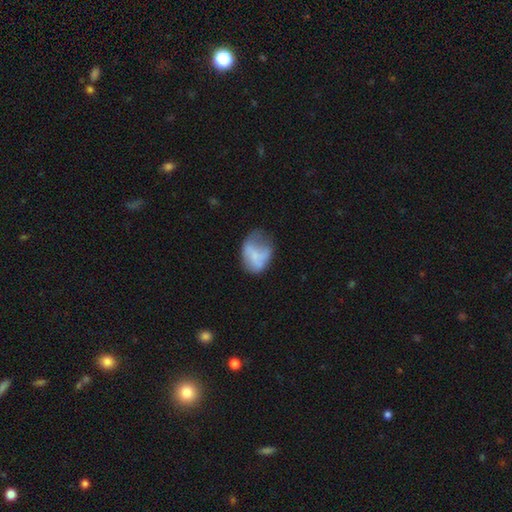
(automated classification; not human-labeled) Overall: smooth (59%; featured or disk 32%). How rounded: in between (75%). Merging: major disturbance (33%, tied with minor disturbance).